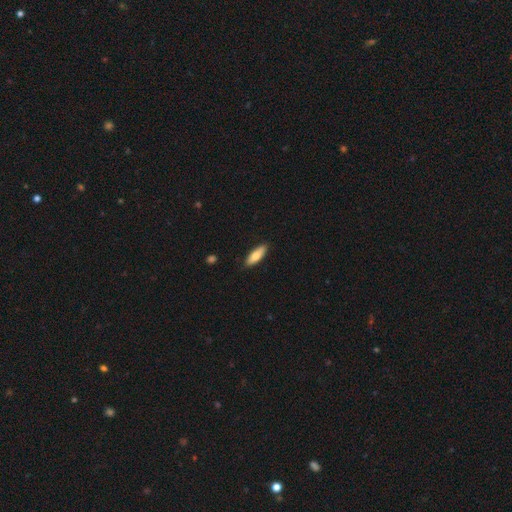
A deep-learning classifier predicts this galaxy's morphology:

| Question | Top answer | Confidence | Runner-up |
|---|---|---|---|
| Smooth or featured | smooth | 75% | featured or disk (20%) |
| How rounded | in between | 57% | cigar-shaped (42%) |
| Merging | none | 88% | minor disturbance (9%) |